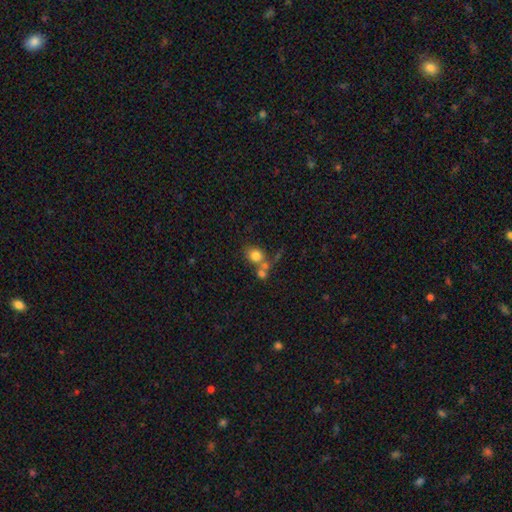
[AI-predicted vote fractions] A smooth galaxy with no disk features (77%) that is round (73%). Merging: none (43%).